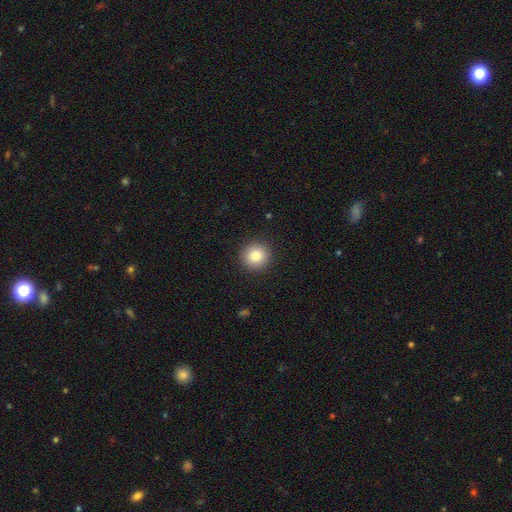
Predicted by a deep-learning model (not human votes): Smooth or featured? Predicted: smooth (p=0.84). How rounded? Predicted: round (p=0.93). Merging? Predicted: none (p=0.92).